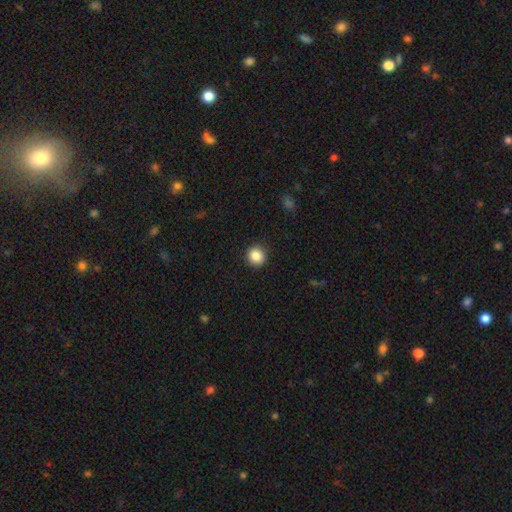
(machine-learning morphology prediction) The model was most divided on "smooth or featured": smooth: 86%, star or artifact: 9%, featured or disk: 4%. More confident: merging — none (90%); how rounded — round (90%).